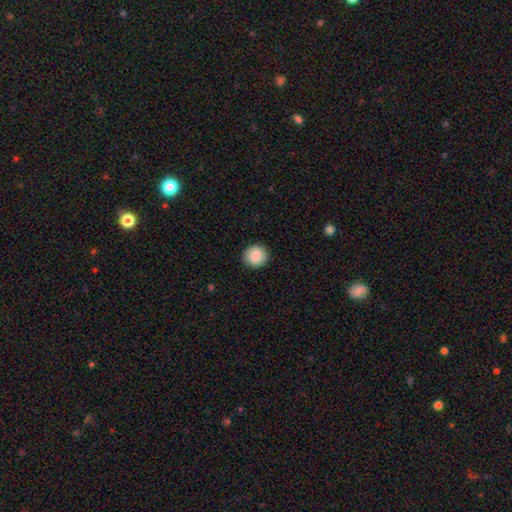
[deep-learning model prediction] smooth_or_featured: smooth (p=0.88) [alt: star or artifact p=0.07]
how_rounded: round (p=0.90) [alt: in between p=0.09]
merging: none (p=0.90) [alt: minor disturbance p=0.07]